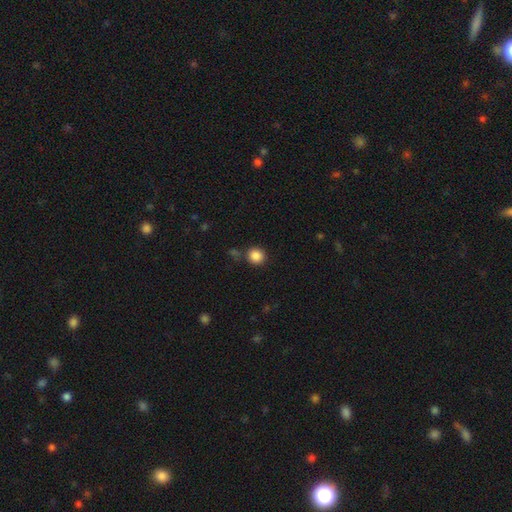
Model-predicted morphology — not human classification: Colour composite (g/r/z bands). It shows a smooth galaxy with no disk features (86%) that is round (90%). Merging: none (82%).